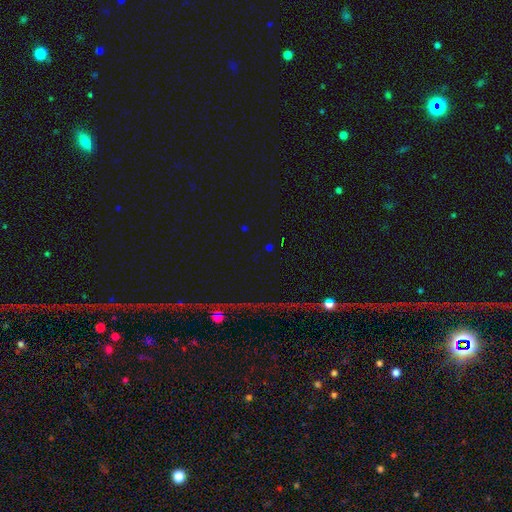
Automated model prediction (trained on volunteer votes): This is likely a star or artifact rather than a galaxy (71%).